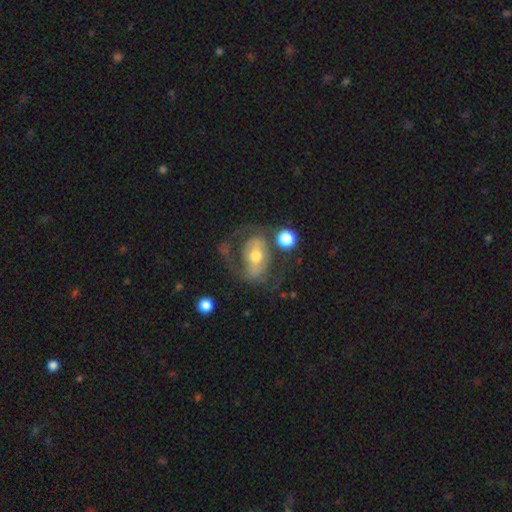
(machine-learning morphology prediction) This is likely a featured or disk galaxy (68%). It is clearly not viewed edge-on (94%). Bar: marginally no (39%). Spiral arm pattern: possibly yes (58%). Central bulge: likely moderate (68%). Merging: possibly none (46%).